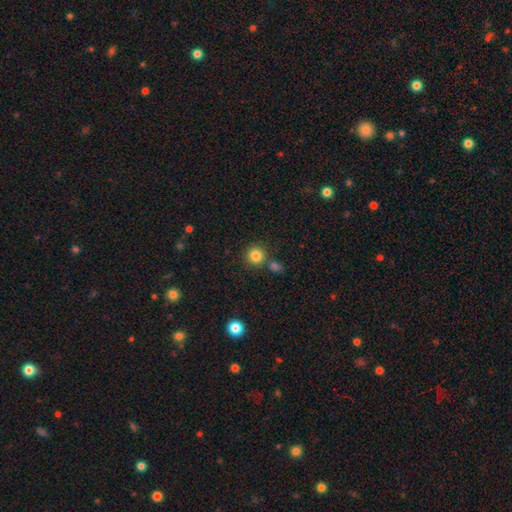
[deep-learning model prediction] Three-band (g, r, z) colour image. It shows a smooth galaxy with no disk features (84%) that is round (93%). Merging: none (76%).